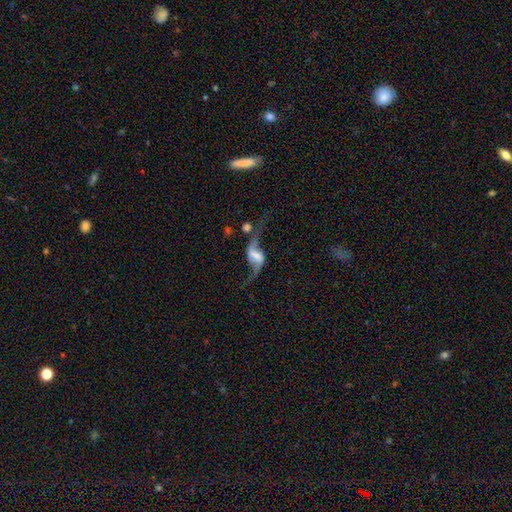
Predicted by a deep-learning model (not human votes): Smooth or featured: featured or disk — 84% (smooth — 9%)
Edge-on disk: no — 95% (yes — 5%)
Bar: strong — 42% (weak — 39%)
Spiral arms: yes — 94% (no — 6%)
Spiral winding: loose — 91% (medium — 7%)
Spiral arm count: 2 — 93% (1 — 2%)
Bulge size: none — 29% (moderate — 24%)
Merging: none — 55% (major disturbance — 17%)